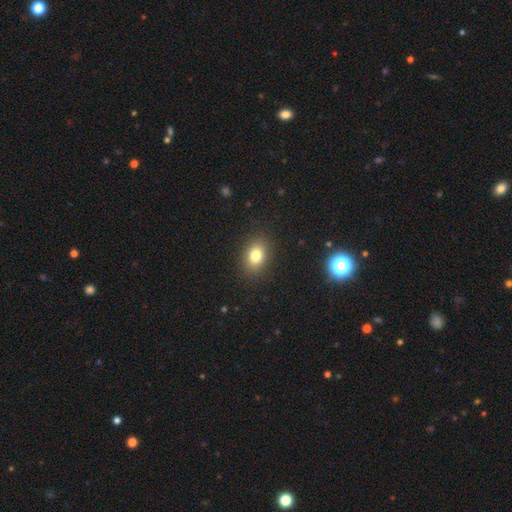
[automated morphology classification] Overall: smooth (80%). How rounded: in between (73%). Merging: none (88%).